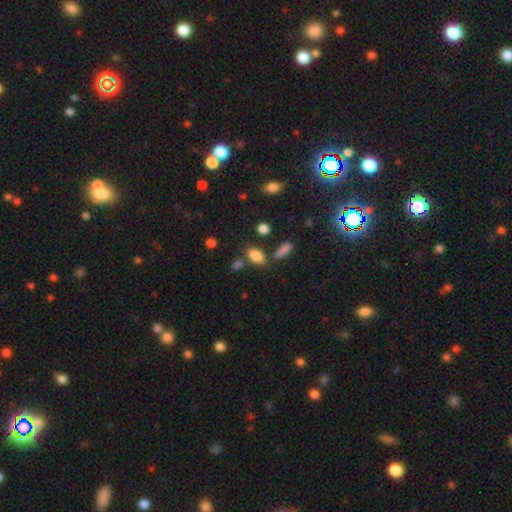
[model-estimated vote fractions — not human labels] smooth_or_featured: smooth (p=0.84) [alt: star or artifact p=0.09]
how_rounded: in between (p=0.87) [alt: round p=0.09]
merging: none (p=0.69) [alt: minor disturbance p=0.14]